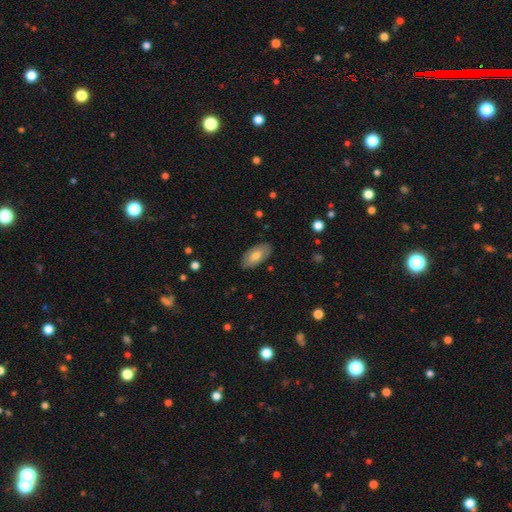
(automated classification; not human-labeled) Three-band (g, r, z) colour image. It shows a smooth galaxy with no disk features (67%) that is in between round and cigar-shaped (94%). Merging: none (86%).